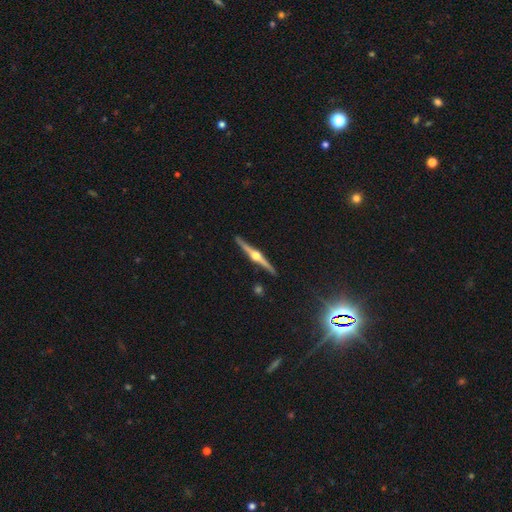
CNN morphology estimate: Overall: featured or disk (87%). Edge-on disk: yes (98%). Edge-on bulge: rounded (96%). Merging: none (91%).